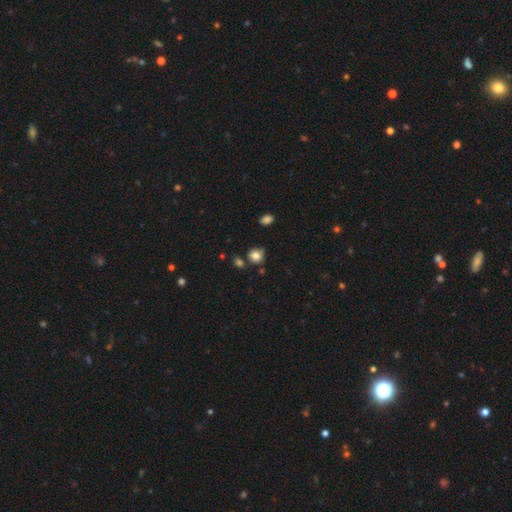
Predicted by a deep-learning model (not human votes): Smooth or featured? Predicted: smooth (p=0.82). How rounded? Predicted: round (p=0.81). Merging? Predicted: none (p=0.70).